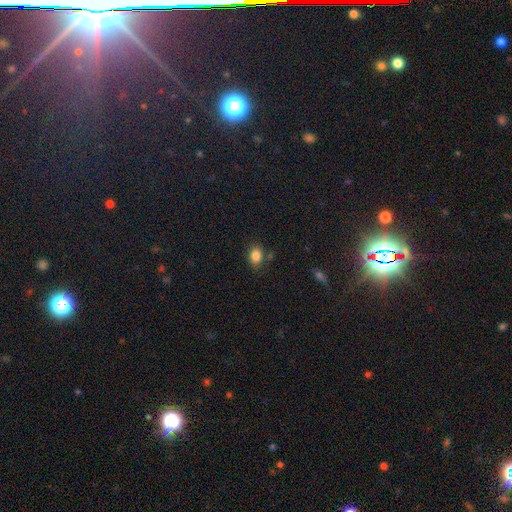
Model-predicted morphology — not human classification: Q: Smooth or featured?
A: smooth (84%); runner-up: star or artifact (10%)
Q: How rounded?
A: in between (67%); runner-up: round (32%)
Q: Merging?
A: none (78%); runner-up: minor disturbance (14%)